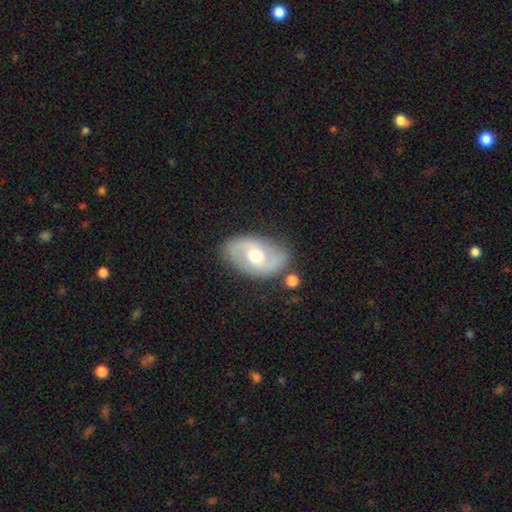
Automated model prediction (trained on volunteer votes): The model was most divided on "bar": no: 54%, weak: 37%, strong: 10%. Remaining: edge-on disk — no (95%); spiral arm count — 2 (86%); spiral arms — yes (82%); merging — none (76%); smooth or featured — featured or disk (74%); bulge size — moderate (74%); spiral winding — medium (48%).